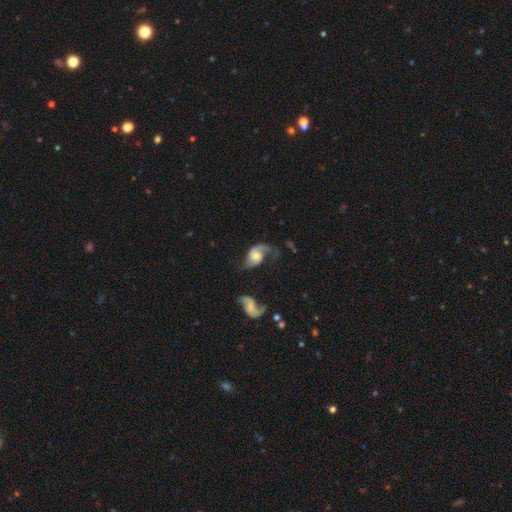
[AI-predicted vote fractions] smooth-or-featured: featured or disk: 78% | smooth: 16% | star or artifact: 6%
  disk-edge-on: no: 97% | yes: 3%
    bar: no: 68% | weak: 26% | strong: 6%
    has-spiral-arms: yes: 93% | no: 7%
      spiral-winding: loose: 46% | medium: 38% | tight: 16%
      spiral-arm-count: 2: 63% | 1: 30% | can't tell: 4% | 3: 1% | 4: 1% | more than 4: 1%
    bulge-size: moderate: 53% | small: 28% | large: 11% | none: 5% | dominant: 2%
  merging: none: 41% | major disturbance: 30% | minor disturbance: 22% | merger: 7%